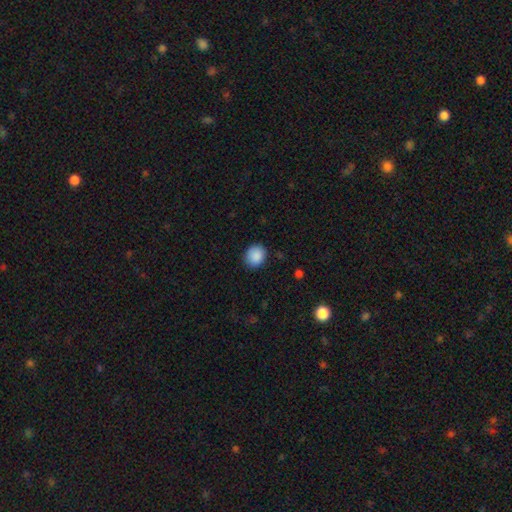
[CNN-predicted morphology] Q: Smooth or featured?
A: smooth (89%); runner-up: star or artifact (8%)
Q: How rounded?
A: round (72%); runner-up: in between (27%)
Q: Merging?
A: none (87%); runner-up: minor disturbance (9%)